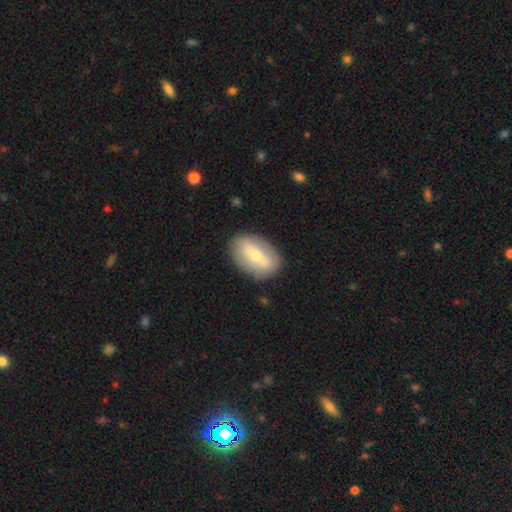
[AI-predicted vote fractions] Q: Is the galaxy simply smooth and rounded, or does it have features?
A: smooth — 50%.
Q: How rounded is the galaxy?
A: in between — 87%.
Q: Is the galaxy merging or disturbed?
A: none — 83%.